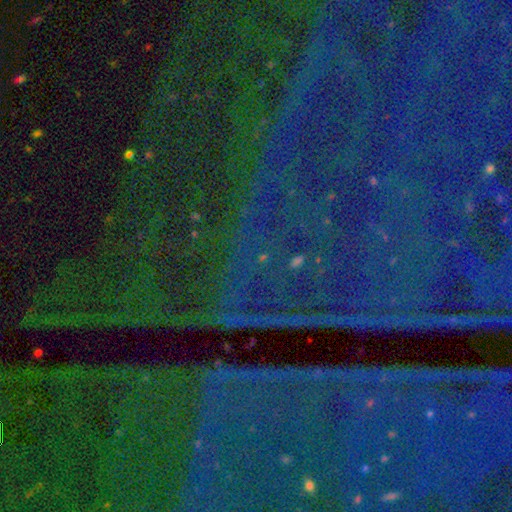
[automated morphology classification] Overall: star or artifact (88%).